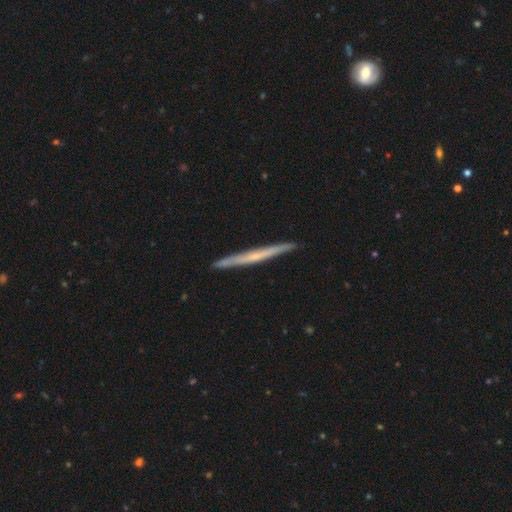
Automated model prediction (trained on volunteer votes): Smooth or featured? Predicted: featured or disk (p=0.63). Edge-on disk? Predicted: yes (p=0.97). Edge-on bulge? Predicted: none (p=0.69). Merging? Predicted: none (p=0.91).